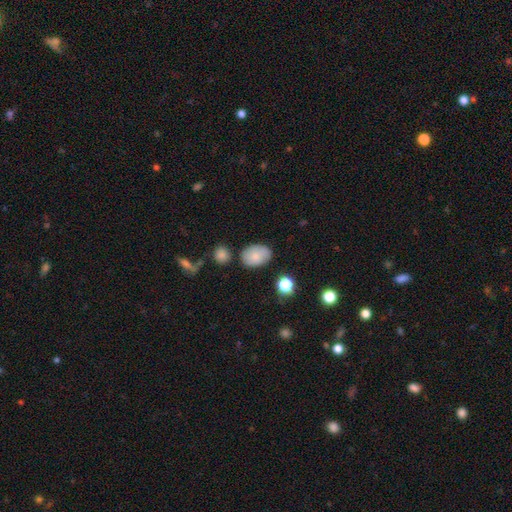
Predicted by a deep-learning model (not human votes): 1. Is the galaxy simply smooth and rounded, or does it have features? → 77% smooth, 14% featured or disk, 9% star or artifact.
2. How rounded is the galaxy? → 79% in between, 20% round, 1% cigar-shaped.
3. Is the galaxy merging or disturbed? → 72% none, 18% minor disturbance, 5% merger, 4% major disturbance.